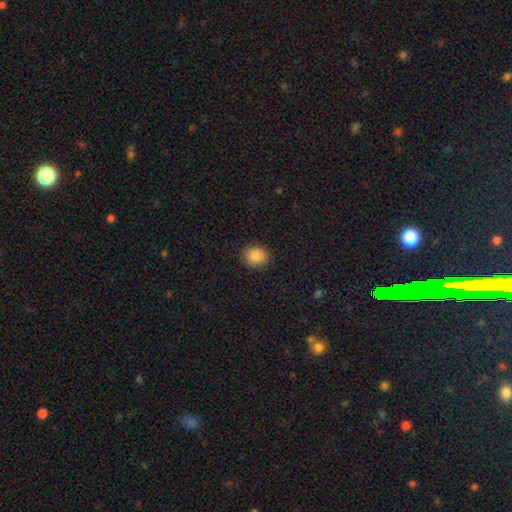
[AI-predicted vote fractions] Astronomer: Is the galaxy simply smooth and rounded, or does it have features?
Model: smooth — 87%.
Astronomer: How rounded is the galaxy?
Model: round — 61% (runner-up: in between, 38%).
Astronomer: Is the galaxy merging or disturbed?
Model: none — 88%.